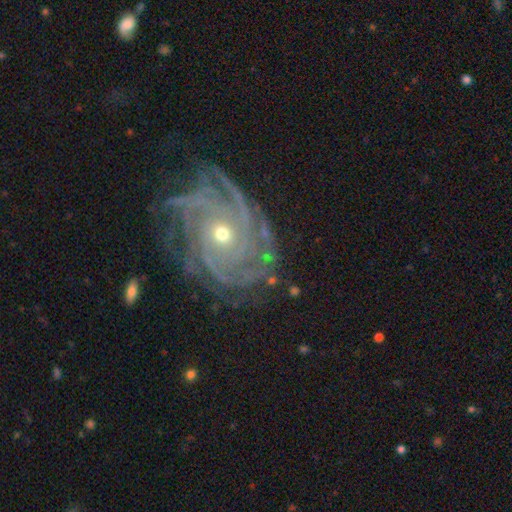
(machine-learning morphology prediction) A featured or disk galaxy (90%) with no bar (78%), more than 4 (26%) tight (77%) spiral arms (98%) and a small central bulge (54%).

Vote fractions:
- Smooth or featured? featured or disk: 90% / star or artifact: 7% / smooth: 4%
- Edge-on disk? no: 97% / yes: 3%
- Bar? no: 78% / weak: 15% / strong: 6%
- Spiral arms? yes: 98% / no: 2%
- Spiral winding? tight: 77% / medium: 19% / loose: 4%
- Spiral arm count? more than 4: 26% / 4: 24% / can't tell: 19% / 3: 15% / 2: 9% / 1: 8%
- Bulge size? small: 54% / moderate: 43% / large: 2% / none: 1% / dominant: 1%
- Merging? none: 73% / minor disturbance: 17% / major disturbance: 8% / merger: 2%